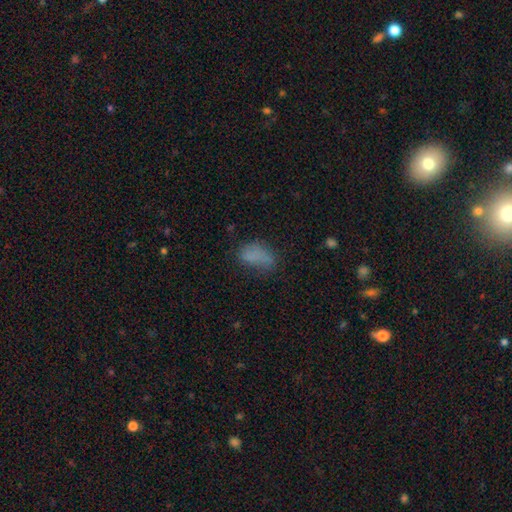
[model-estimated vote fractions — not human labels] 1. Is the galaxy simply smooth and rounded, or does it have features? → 73% smooth, 14% featured or disk, 14% star or artifact.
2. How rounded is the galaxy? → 88% in between, 7% round, 5% cigar-shaped.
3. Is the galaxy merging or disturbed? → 48% none, 28% minor disturbance, 19% major disturbance, 5% merger.